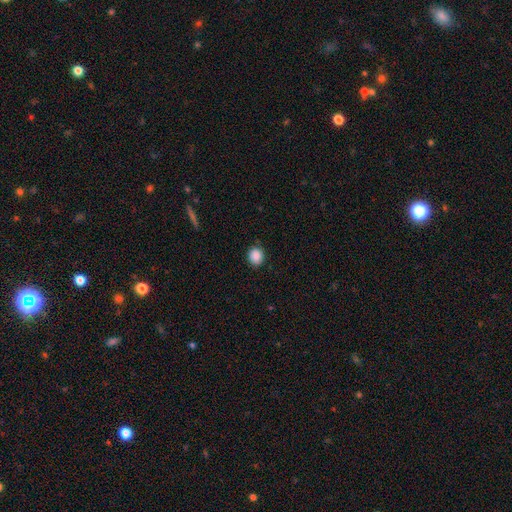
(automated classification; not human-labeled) smooth_or_featured: smooth (p=0.88) [alt: star or artifact p=0.09]
how_rounded: round (p=0.74) [alt: in between p=0.25]
merging: none (p=0.87) [alt: minor disturbance p=0.10]